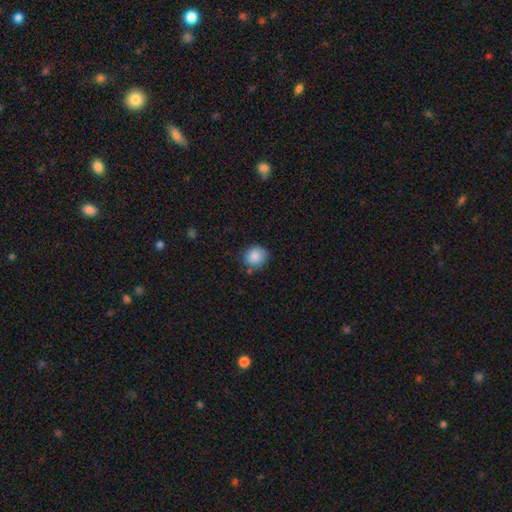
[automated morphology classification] A smooth galaxy with no disk features (87%) that is round (79%). Merging: none (76%).